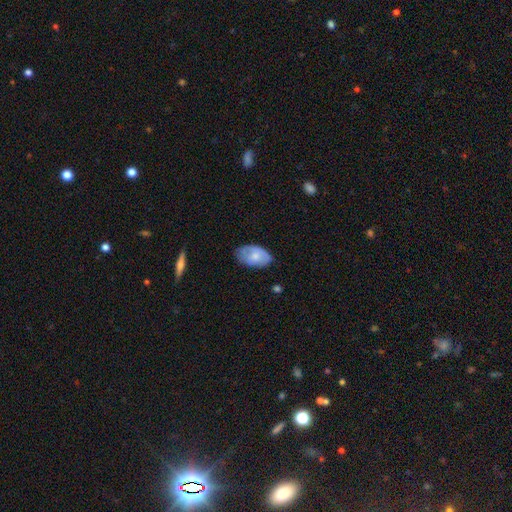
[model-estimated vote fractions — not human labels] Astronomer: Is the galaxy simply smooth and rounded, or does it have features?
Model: smooth — 69%.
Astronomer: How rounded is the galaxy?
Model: in between — 92%.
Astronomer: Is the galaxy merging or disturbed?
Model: none — 65%.